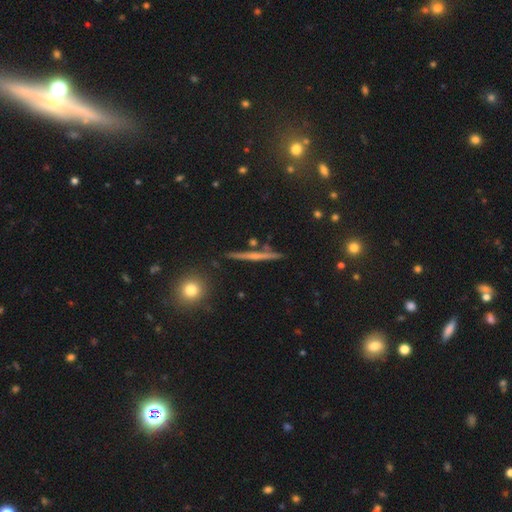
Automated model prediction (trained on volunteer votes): Morphology: type=featured or disk (62%); edge-on=yes (97%); edge-on bulge=none (62%); merging=none (88%).